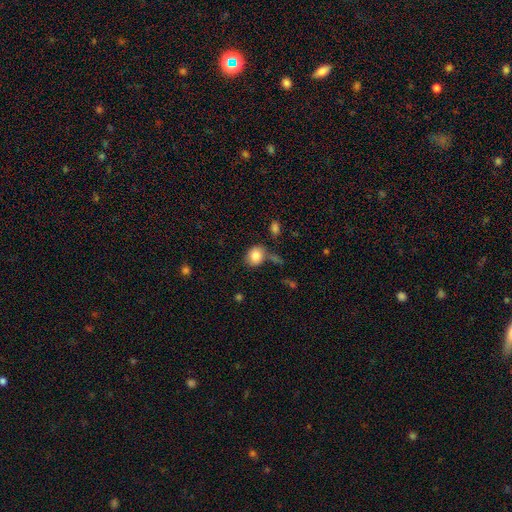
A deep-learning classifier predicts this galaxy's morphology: type=smooth (85%); roundness=round (53%); merging=none (66%).